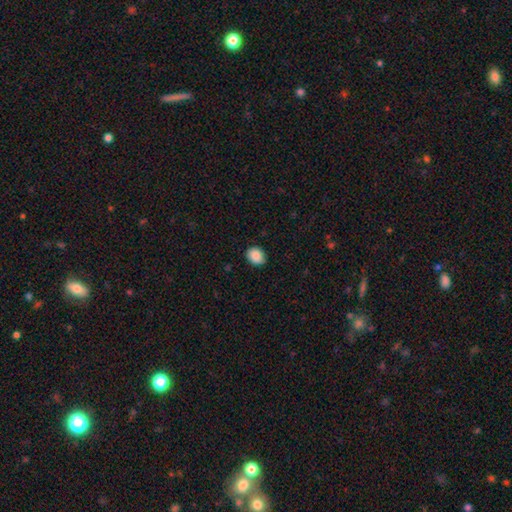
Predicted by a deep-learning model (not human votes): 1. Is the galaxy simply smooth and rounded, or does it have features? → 88% smooth, 8% star or artifact, 4% featured or disk.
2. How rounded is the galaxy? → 50% round, 49% in between, 1% cigar-shaped.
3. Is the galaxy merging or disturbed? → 87% none, 10% minor disturbance, 2% major disturbance, 1% merger.